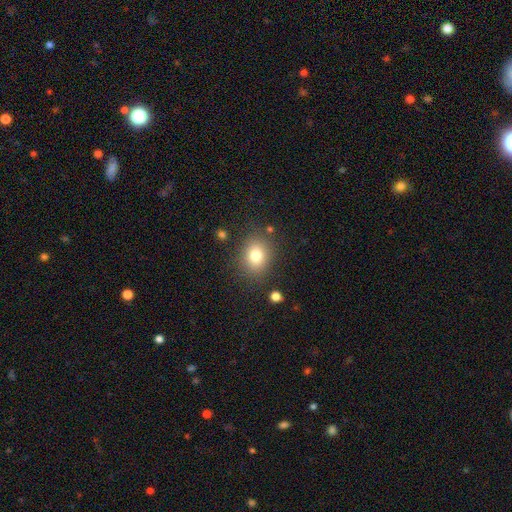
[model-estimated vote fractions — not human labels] A smooth galaxy with no disk features (79%) that is round (54%).

Vote fractions:
- Smooth or featured? smooth: 79% / star or artifact: 12% / featured or disk: 10%
- How rounded? round: 54% / in between: 45% / cigar-shaped: 1%
- Merging? none: 83% / minor disturbance: 10% / major disturbance: 4% / merger: 3%